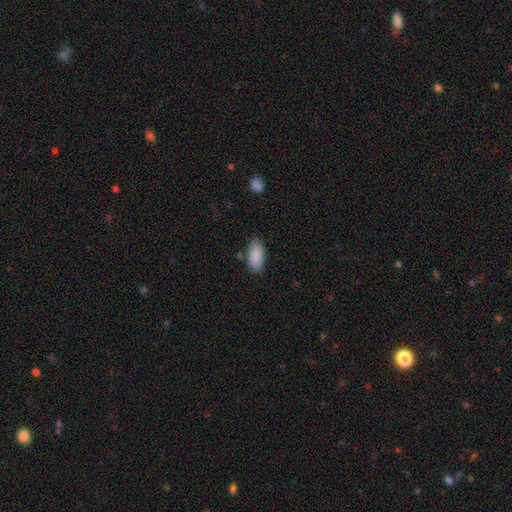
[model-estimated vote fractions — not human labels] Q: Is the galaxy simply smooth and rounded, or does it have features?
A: smooth — 89%.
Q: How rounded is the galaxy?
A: in between — 89%.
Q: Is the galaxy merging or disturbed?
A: none — 83%.